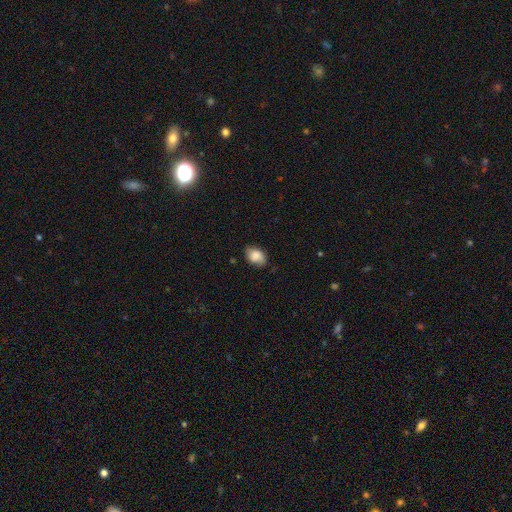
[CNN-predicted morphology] type=smooth (78%); roundness=in between (76%); merging=none (74%).